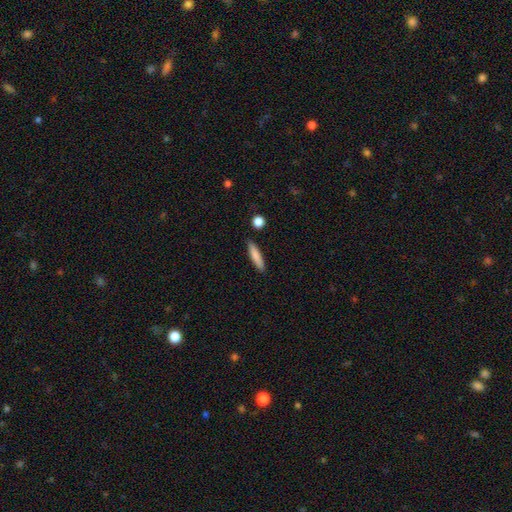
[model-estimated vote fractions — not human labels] smooth_or_featured: smooth (p=0.80) [alt: featured or disk p=0.14]
how_rounded: cigar-shaped (p=0.82) [alt: in between p=0.16]
merging: none (p=0.88) [alt: minor disturbance p=0.08]